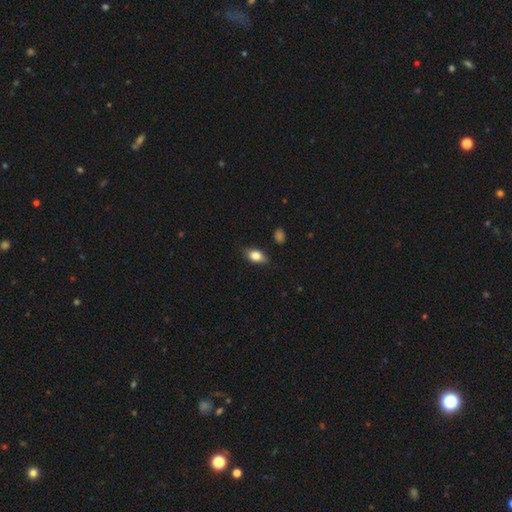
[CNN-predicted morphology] Smooth or featured? smooth (77%)
How rounded? in between (83%)
Merging? none (76%)